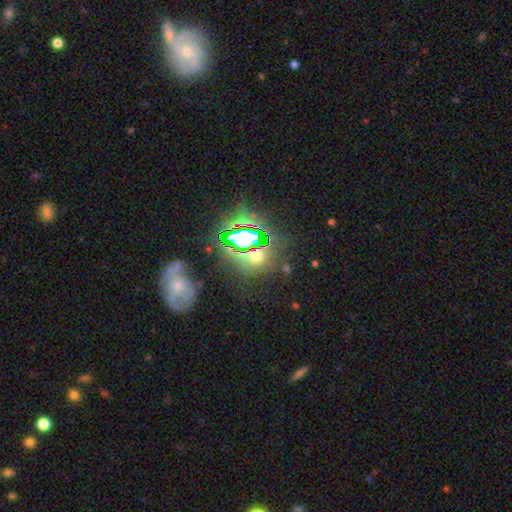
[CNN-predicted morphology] The model was most divided on "smooth or featured": star or artifact: 62%, smooth: 28%, featured or disk: 10%.